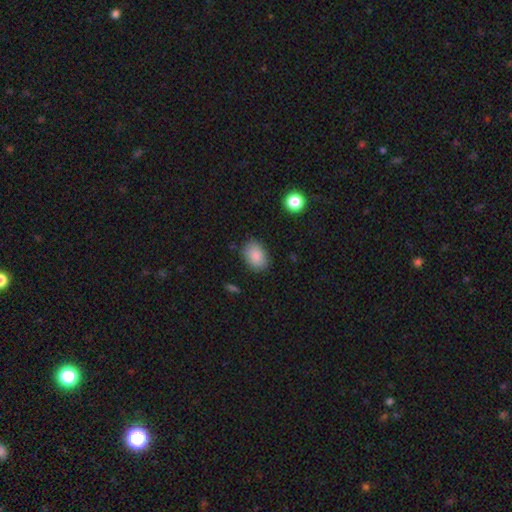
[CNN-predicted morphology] This is clearly a smooth galaxy (87%). How rounded: likely in between (76%). Merging: clearly none (82%).